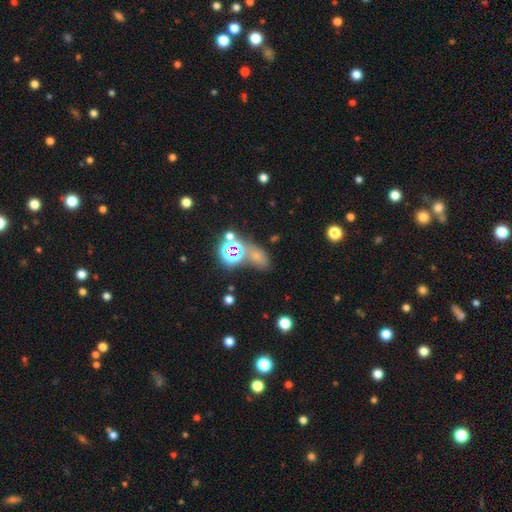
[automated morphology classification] Overall: smooth (49%; star or artifact 41%). Merging: none (56%; merger 18%).